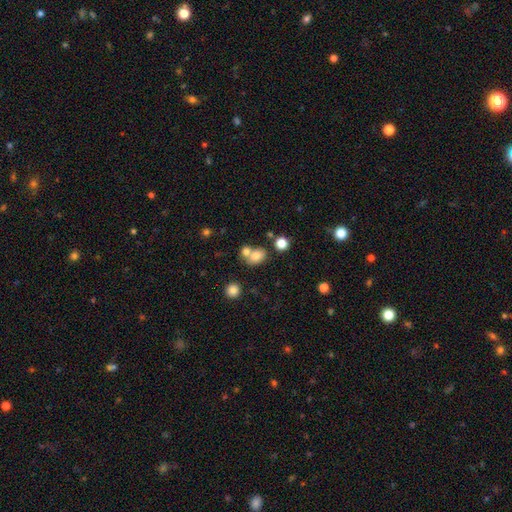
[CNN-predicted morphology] Overall: smooth (76%). How rounded: in between (53%; round 46%). Merging: none (45%; merger 40%).